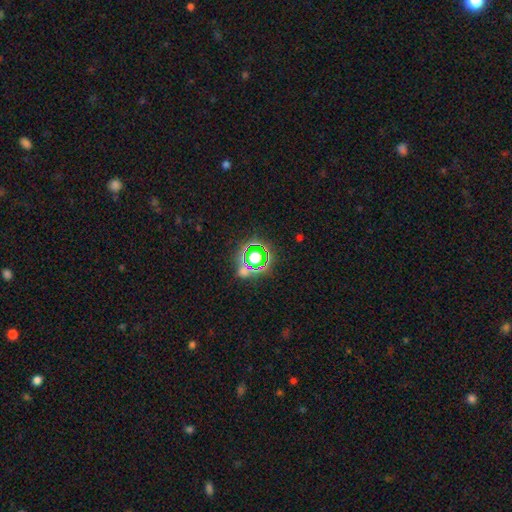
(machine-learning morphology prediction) Q: Smooth or featured?
A: star or artifact (64%); runner-up: smooth (27%)